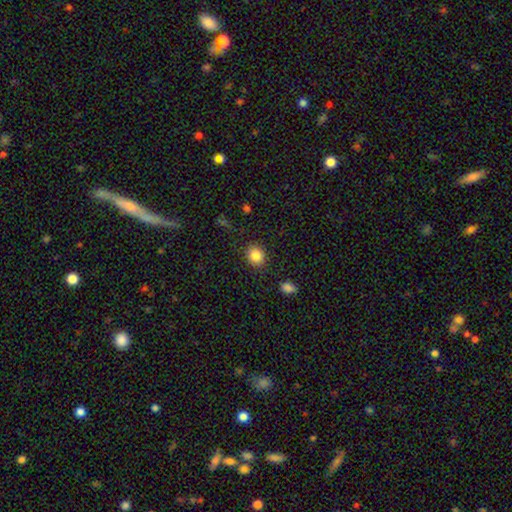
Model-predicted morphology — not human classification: Overall: smooth (85%). How rounded: round (76%). Merging: none (88%).